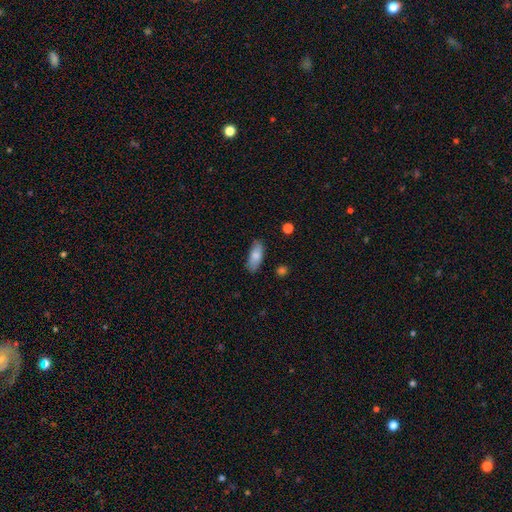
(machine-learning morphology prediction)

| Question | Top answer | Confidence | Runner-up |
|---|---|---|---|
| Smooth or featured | smooth | 79% | featured or disk (14%) |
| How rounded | in between | 79% | cigar-shaped (18%) |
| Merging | none | 79% | minor disturbance (16%) |